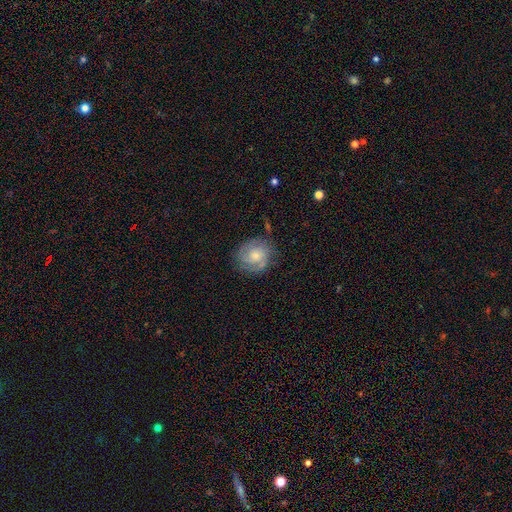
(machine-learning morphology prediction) smooth-or-featured: featured or disk: 63% | smooth: 30% | star or artifact: 7%
  disk-edge-on: no: 98% | yes: 2%
    bar: no: 74% | weak: 23% | strong: 3%
    has-spiral-arms: yes: 89% | no: 11%
      spiral-winding: tight: 56% | medium: 34% | loose: 10%
      spiral-arm-count: 2: 50% | can't tell: 24% | 3: 13% | 1: 7% | 4: 3% | more than 4: 3%
    bulge-size: small: 51% | moderate: 39% | large: 4% | none: 4% | dominant: 1%
  merging: none: 71% | minor disturbance: 19% | major disturbance: 7% | merger: 2%